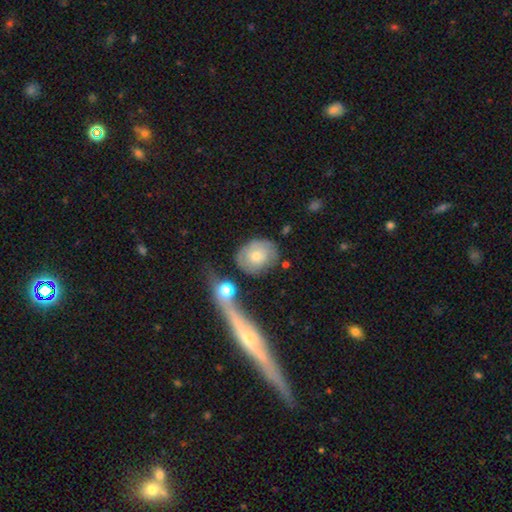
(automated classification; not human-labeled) Morphology: type=smooth (55%); roundness=round (50%); merging=none (58%).